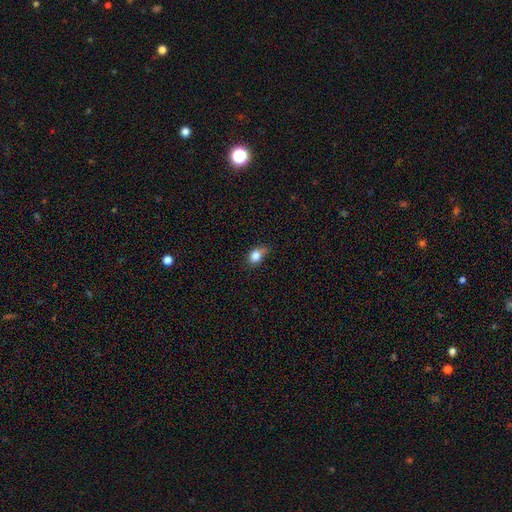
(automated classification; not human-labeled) smooth 83%, star or artifact 10%, featured or disk 8%. Down the decision tree: how rounded — in between (55%); merging — none (48%).